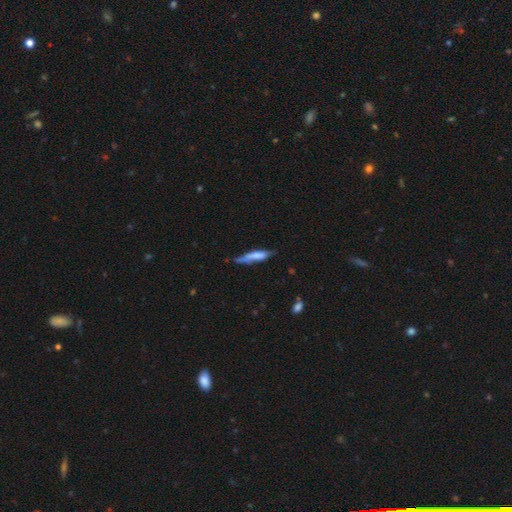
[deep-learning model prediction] A smooth galaxy with no disk features (62%) that is cigar-shaped (81%).

Vote fractions:
- Smooth or featured? smooth: 62% / featured or disk: 31% / star or artifact: 7%
- How rounded? cigar-shaped: 81% / in between: 18% / round: 1%
- Merging? none: 51% / minor disturbance: 33% / major disturbance: 10% / merger: 6%